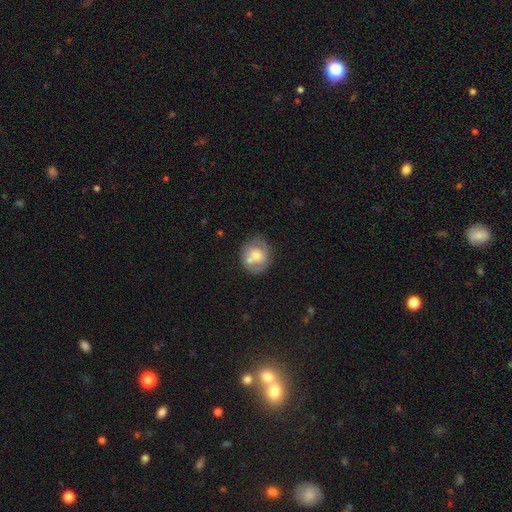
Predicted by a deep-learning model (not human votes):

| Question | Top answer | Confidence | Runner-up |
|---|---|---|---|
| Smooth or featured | smooth | 53% | featured or disk (40%) |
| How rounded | round | 73% | in between (26%) |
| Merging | none | 53% | merger (23%) |